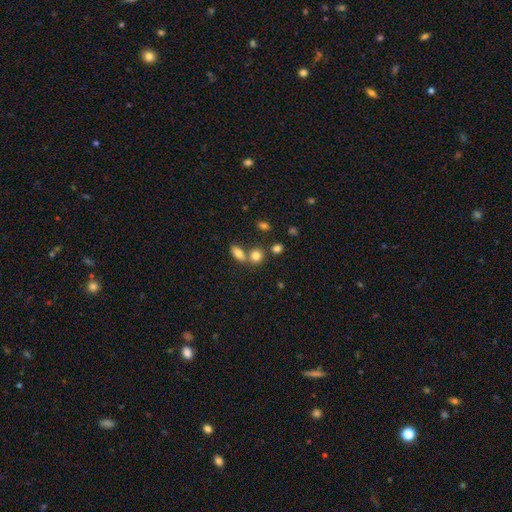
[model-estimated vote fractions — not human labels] The model was most divided on "merging": none: 52%, merger: 34%, minor disturbance: 10%, major disturbance: 4%. More confident: smooth or featured — smooth (80%); how rounded — round (60%).